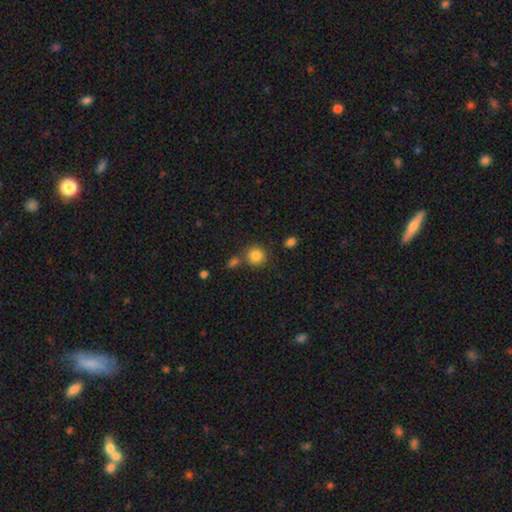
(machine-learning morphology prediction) Overall: smooth (85%). How rounded: round (90%). Merging: none (75%).